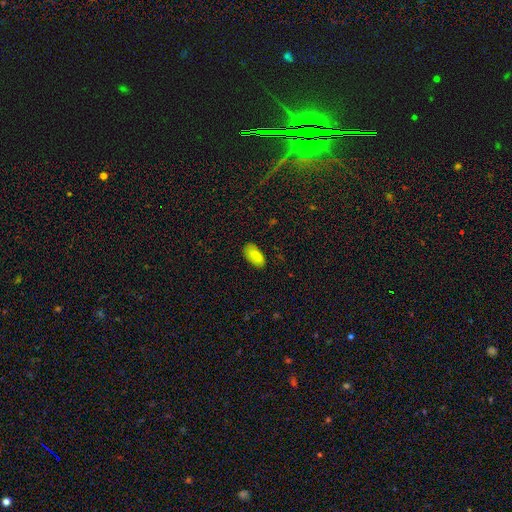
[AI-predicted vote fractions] Smooth or featured? smooth (86%)
How rounded? in between (93%)
Merging? none (80%)